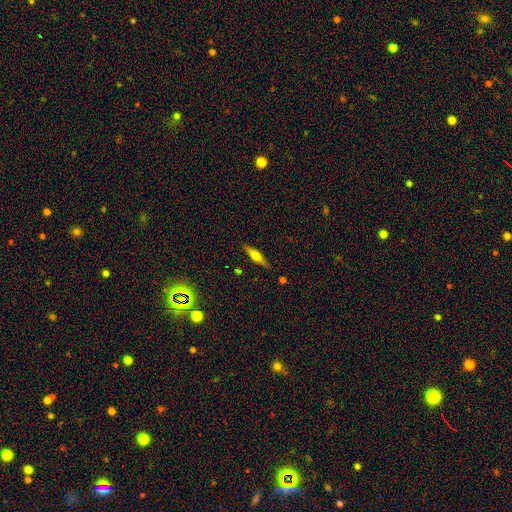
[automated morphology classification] This appears to be a featured or disk galaxy (51%) viewed edge-on (93%). Merging: none (88%).